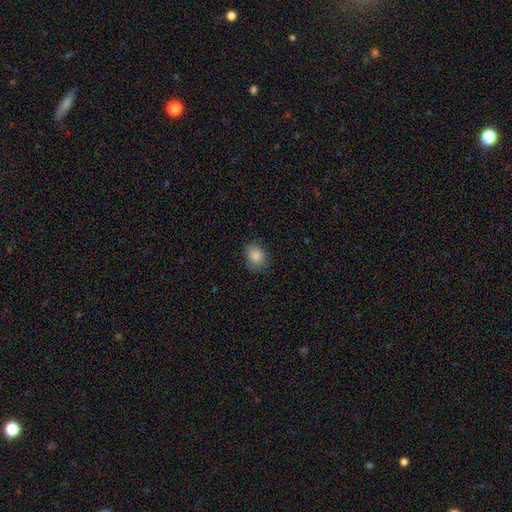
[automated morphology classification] Overall: smooth (87%). How rounded: in between (51%; round 48%). Merging: none (78%).